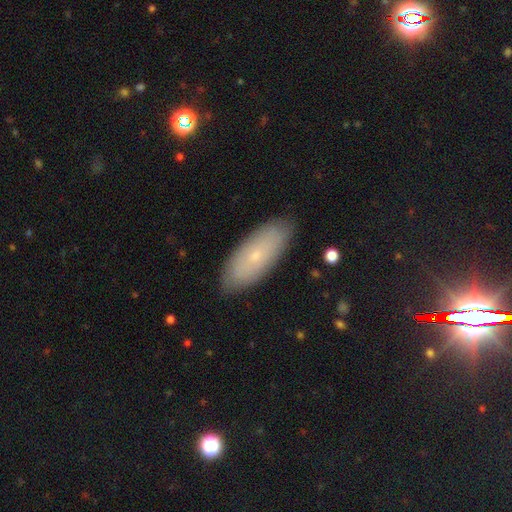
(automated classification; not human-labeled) A smooth galaxy with no disk features (61%) that is in between round and cigar-shaped (80%). Merging: none (87%).